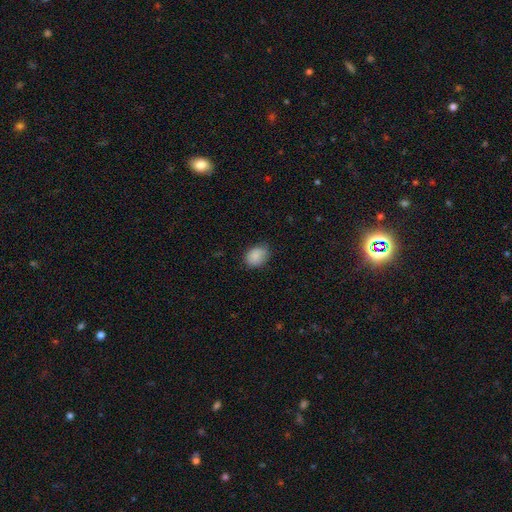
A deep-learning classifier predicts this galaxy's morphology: A smooth galaxy with no disk features (87%) that is in between round and cigar-shaped (66%). Merging: none (75%).